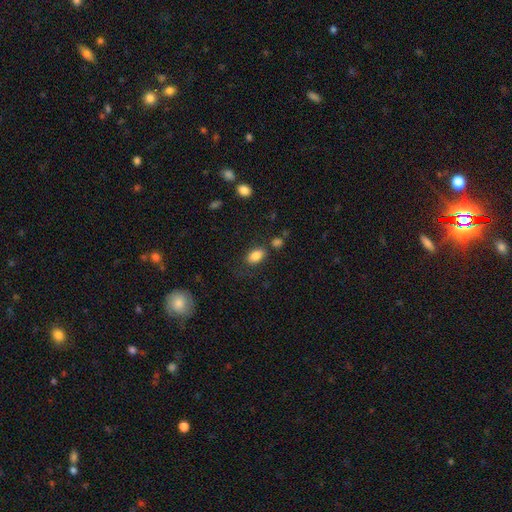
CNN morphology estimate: Q: Smooth or featured?
A: smooth (84%); runner-up: star or artifact (9%)
Q: How rounded?
A: in between (88%); runner-up: round (10%)
Q: Merging?
A: none (73%); runner-up: minor disturbance (14%)